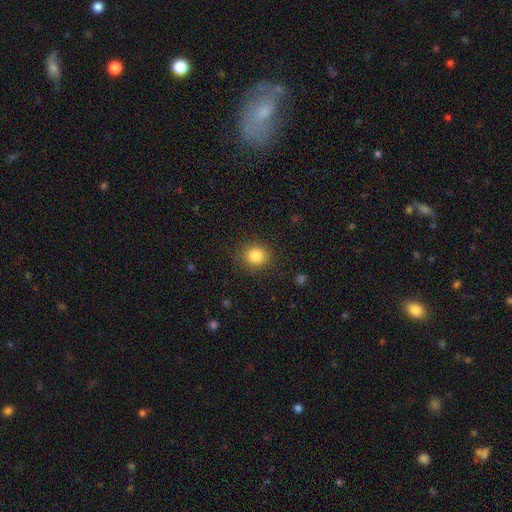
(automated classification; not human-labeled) A smooth galaxy with no disk features (84%) that is round (83%).

Vote fractions:
- Smooth or featured? smooth: 84% / star or artifact: 11% / featured or disk: 6%
- How rounded? round: 83% / in between: 16% / cigar-shaped: 1%
- Merging? none: 88% / minor disturbance: 8% / major disturbance: 3% / merger: 1%